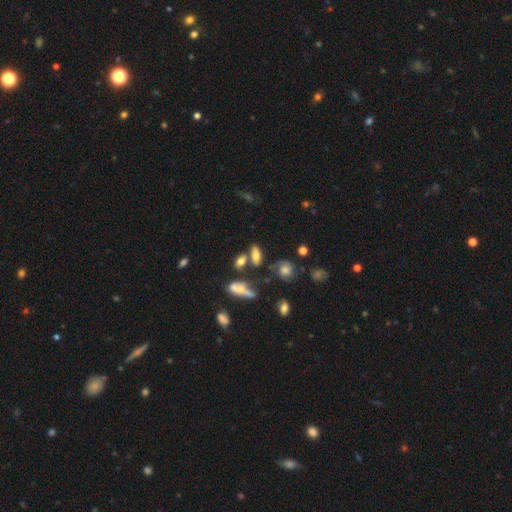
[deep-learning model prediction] smooth_or_featured: smooth (p=0.60) [alt: featured or disk p=0.25]
how_rounded: in between (p=0.70) [alt: cigar-shaped p=0.23]
merging: none (p=0.49) [alt: merger p=0.24]